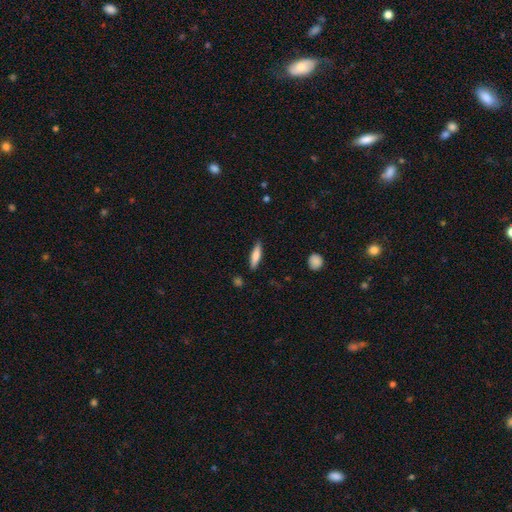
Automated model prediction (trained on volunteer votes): Smooth or featured? smooth (71%)
How rounded? cigar-shaped (69%)
Merging? none (87%)